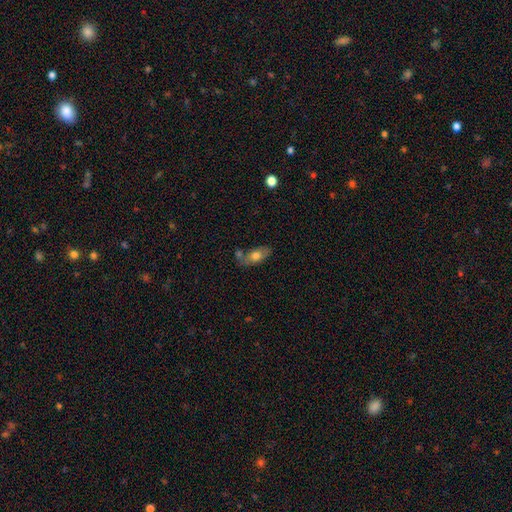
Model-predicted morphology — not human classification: This is likely a smooth galaxy (67%). How rounded: clearly in between (86%). Merging: possibly none (51%).